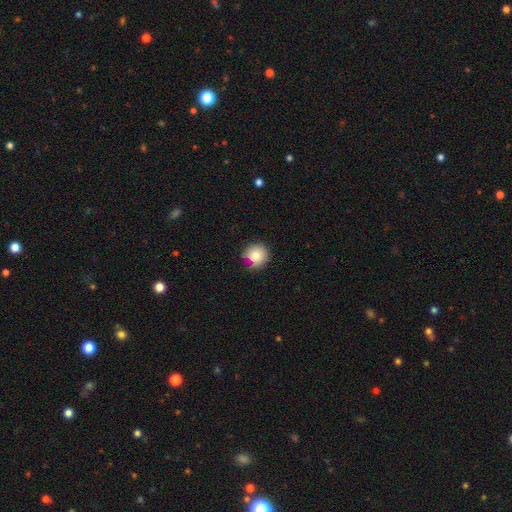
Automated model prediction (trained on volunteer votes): Overall: smooth (82%). How rounded: round (91%). Merging: none (71%).